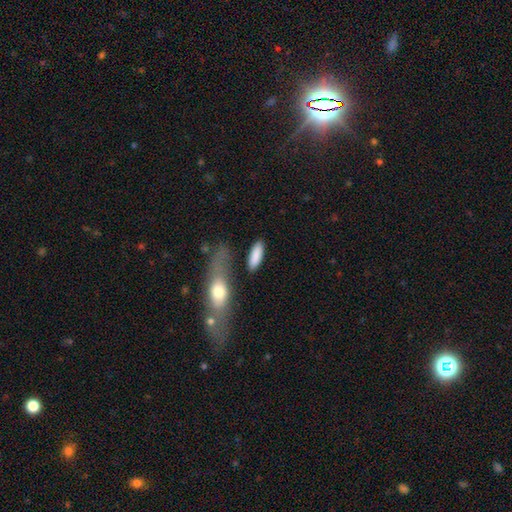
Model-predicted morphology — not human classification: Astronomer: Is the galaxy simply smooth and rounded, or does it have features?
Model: smooth — 87%.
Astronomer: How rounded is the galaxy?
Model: in between — 61% (runner-up: cigar-shaped, 37%).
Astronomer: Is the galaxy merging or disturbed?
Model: none — 75%.